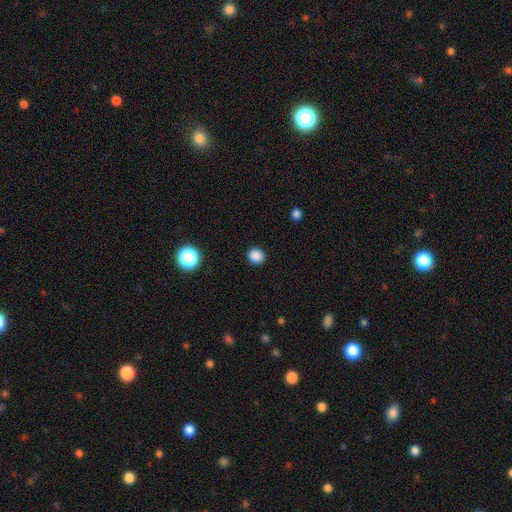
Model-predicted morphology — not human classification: Smooth or featured: smooth — 86% (star or artifact — 11%)
How rounded: round — 86% (in between — 13%)
Merging: none — 91% (minor disturbance — 6%)